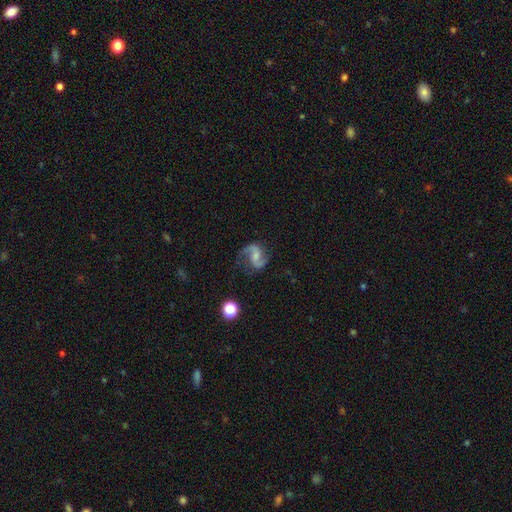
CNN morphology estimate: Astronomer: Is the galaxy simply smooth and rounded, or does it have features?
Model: featured or disk — 88%.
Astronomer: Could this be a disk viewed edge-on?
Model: no — 98%.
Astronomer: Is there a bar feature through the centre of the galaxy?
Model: weak — 45% (runner-up: no, 38%).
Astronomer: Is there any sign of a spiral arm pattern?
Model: yes — 97%.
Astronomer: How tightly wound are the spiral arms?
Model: loose — 49% (runner-up: medium, 43%).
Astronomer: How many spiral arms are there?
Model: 2 — 93%.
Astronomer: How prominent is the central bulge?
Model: small — 40% (runner-up: moderate, 31%).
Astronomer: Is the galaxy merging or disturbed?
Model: none — 74%.